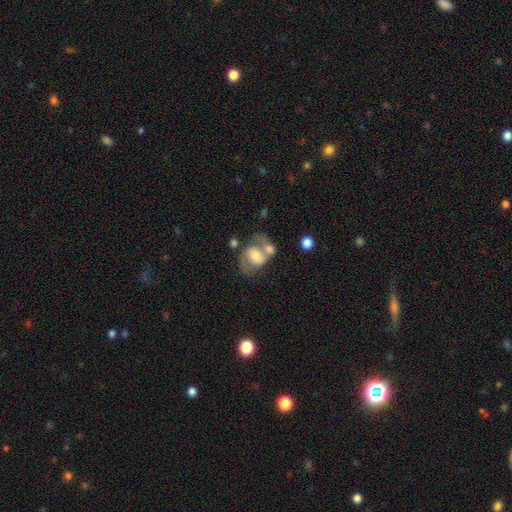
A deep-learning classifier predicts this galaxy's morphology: smooth-or-featured: featured or disk: 64% | smooth: 28% | star or artifact: 8%
  disk-edge-on: no: 97% | yes: 3%
    bar: weak: 42% | no: 35% | strong: 23%
    has-spiral-arms: yes: 82% | no: 18%
      spiral-winding: medium: 51% | loose: 34% | tight: 15%
      spiral-arm-count: 2: 86% | can't tell: 7% | 1: 4% | 3: 1% | 4: 1% | more than 4: 1%
    bulge-size: moderate: 55% | small: 29% | large: 11% | none: 3% | dominant: 2%
  merging: merger: 38% | none: 37% | minor disturbance: 15% | major disturbance: 11%